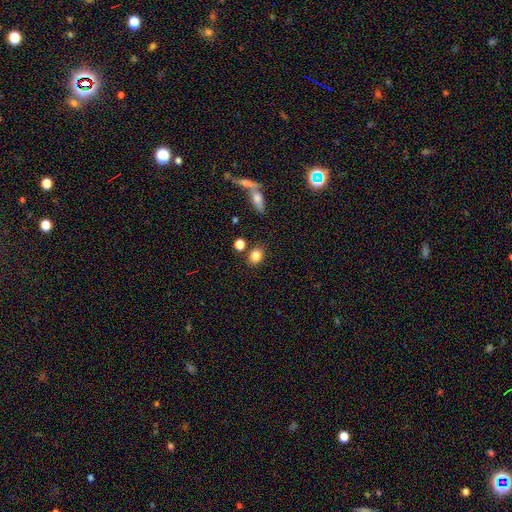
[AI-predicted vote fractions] A smooth galaxy with no disk features (82%) that is round (53%).

Vote fractions:
- Smooth or featured? smooth: 82% / star or artifact: 10% / featured or disk: 7%
- How rounded? round: 53% / in between: 45% / cigar-shaped: 2%
- Merging? none: 78% / minor disturbance: 10% / merger: 9% / major disturbance: 3%